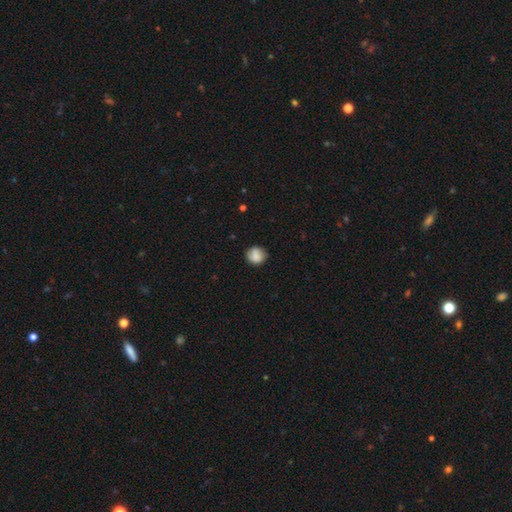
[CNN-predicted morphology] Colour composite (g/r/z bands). It shows a smooth galaxy with no disk features (80%) that is round (82%). Merging: none (78%).